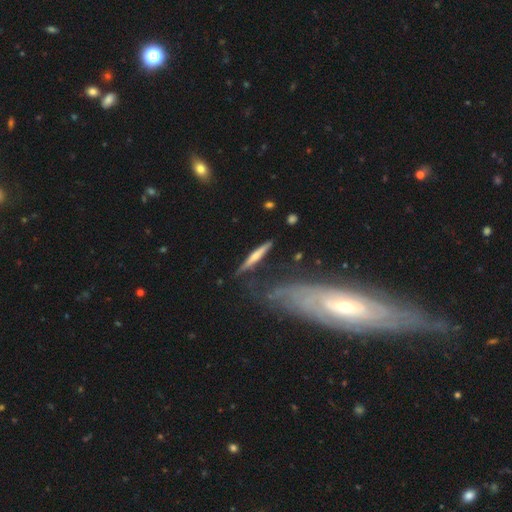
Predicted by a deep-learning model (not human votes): Q: Smooth or featured?
A: featured or disk (52%); runner-up: smooth (42%)
Q: Edge-on disk?
A: yes (90%); runner-up: no (10%)
Q: Merging?
A: none (72%); runner-up: minor disturbance (17%)